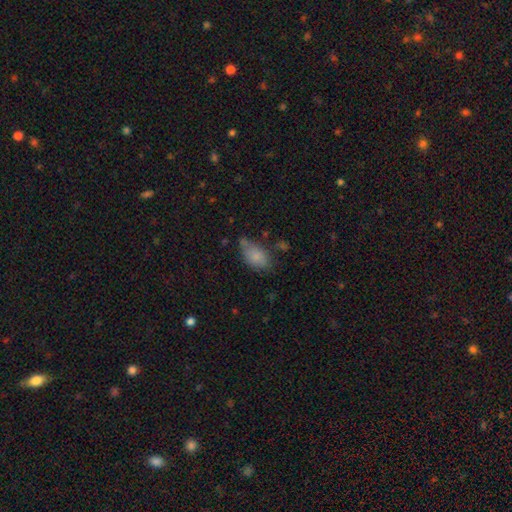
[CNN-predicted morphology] A smooth galaxy with no disk features (81%) that is in between round and cigar-shaped (90%).

Vote fractions:
- Smooth or featured? smooth: 81% / featured or disk: 10% / star or artifact: 8%
- How rounded? in between: 90% / round: 7% / cigar-shaped: 3%
- Merging? none: 50% / minor disturbance: 32% / major disturbance: 9% / merger: 8%